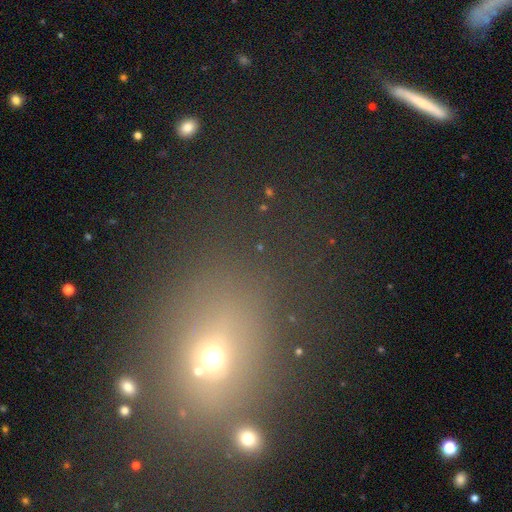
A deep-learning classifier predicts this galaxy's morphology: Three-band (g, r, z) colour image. It shows a smooth galaxy with no disk features (48%). Merging: none (70%).